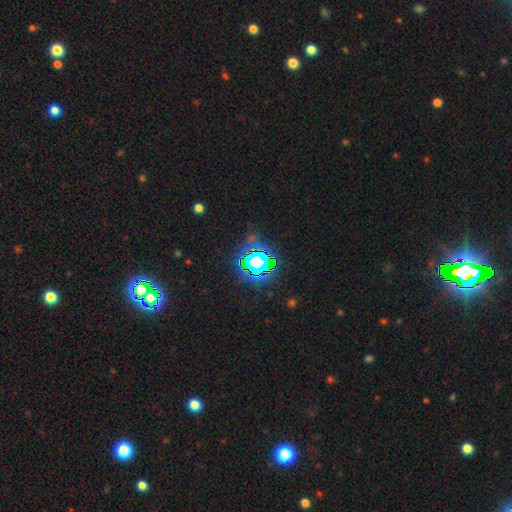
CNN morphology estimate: Smooth or featured: star or artifact — 77% (smooth — 13%)